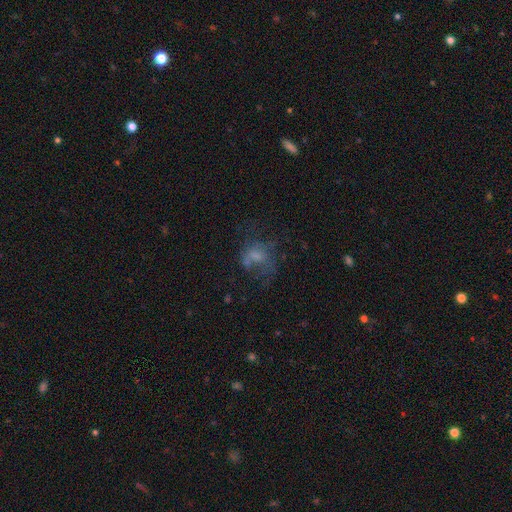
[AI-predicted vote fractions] The model was most divided on "merging": major disturbance: 41%, none: 34%, minor disturbance: 19%, merger: 7%. Remaining: smooth or featured — smooth (45%).